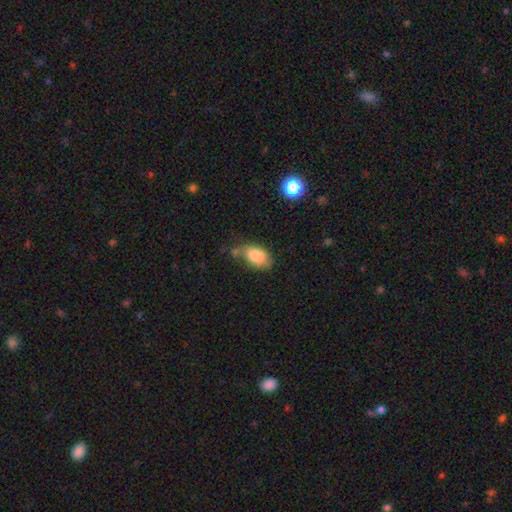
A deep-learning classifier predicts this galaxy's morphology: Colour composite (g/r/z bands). It shows a smooth galaxy with no disk features (83%) that is in between round and cigar-shaped (91%). Merging: none (52%).